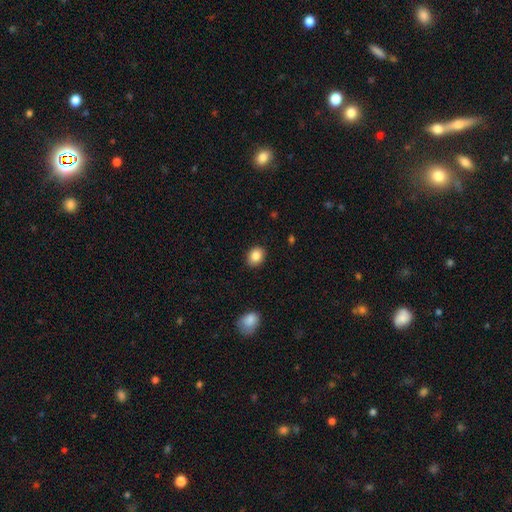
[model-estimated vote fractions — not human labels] This is clearly a smooth galaxy (87%). How rounded: possibly in between (54%). Merging: clearly none (88%).